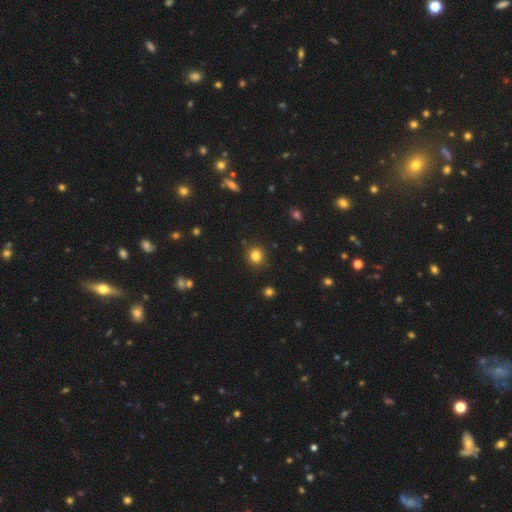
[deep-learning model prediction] Smooth or featured?
  - smooth: 82% *
  - star or artifact: 12%
  - featured or disk: 5%
How rounded?
  - round: 89% *
  - in between: 10%
  - cigar-shaped: 1%
Merging?
  - none: 88% *
  - minor disturbance: 7%
  - major disturbance: 2%
  - merger: 2%